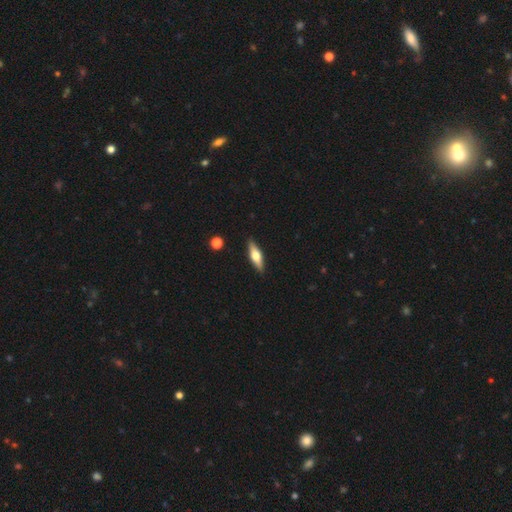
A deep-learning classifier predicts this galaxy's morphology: Q: Smooth or featured?
A: featured or disk (50%); runner-up: smooth (45%)
Q: Merging?
A: none (89%); runner-up: minor disturbance (8%)